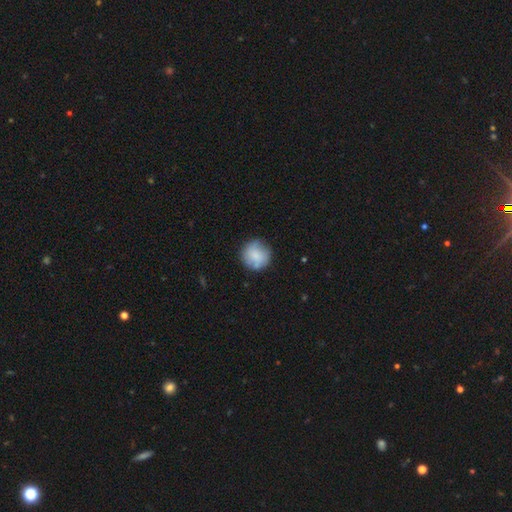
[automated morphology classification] This is likely a smooth galaxy (79%). How rounded: clearly round (93%). Merging: likely none (75%).